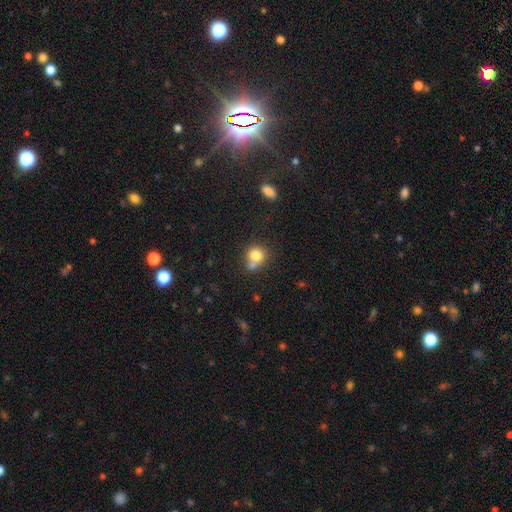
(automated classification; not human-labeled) smooth 78%, star or artifact 11%, featured or disk 11%. Down the decision tree: how rounded — round (80%); merging — none (46%).